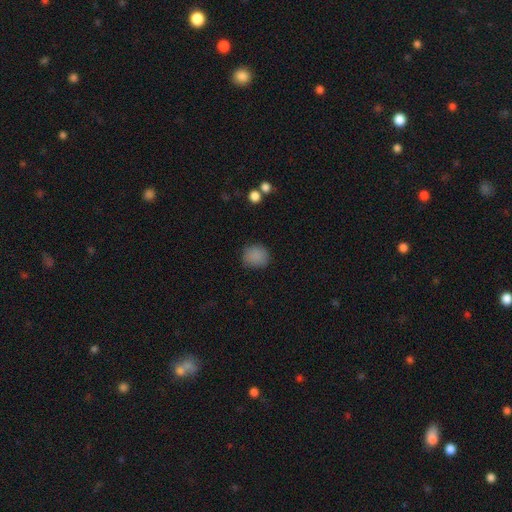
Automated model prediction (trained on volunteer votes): The model was most divided on "how rounded": round: 81%, in between: 18%, cigar-shaped: 1%. More confident: smooth or featured — smooth (86%); merging — none (80%).